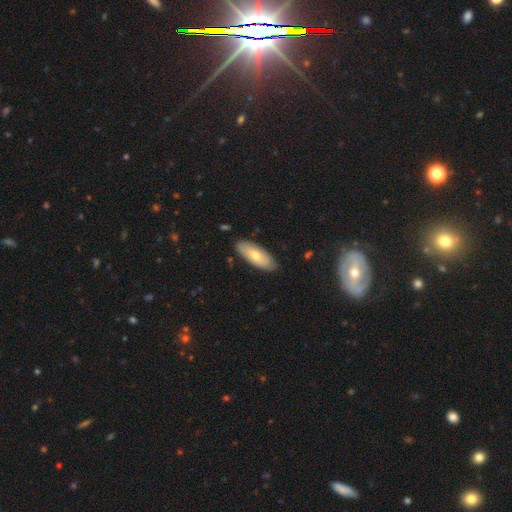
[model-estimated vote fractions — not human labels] This is likely a smooth galaxy (67%). How rounded: likely in between (78%). Merging: clearly none (85%).